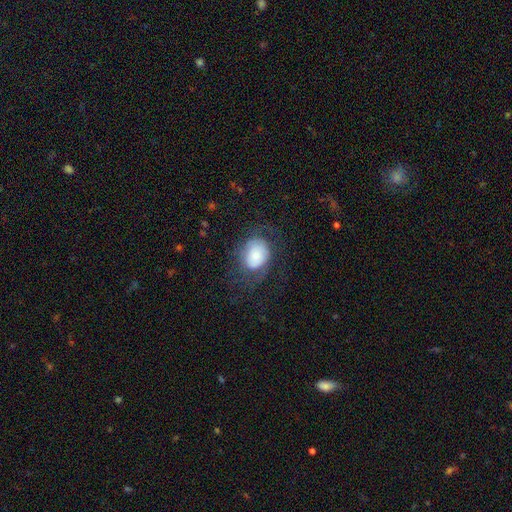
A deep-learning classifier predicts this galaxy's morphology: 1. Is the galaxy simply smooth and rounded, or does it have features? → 65% smooth, 27% featured or disk, 9% star or artifact.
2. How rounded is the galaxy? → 58% in between, 41% round, 1% cigar-shaped.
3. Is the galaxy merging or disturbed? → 53% none, 23% major disturbance, 22% minor disturbance, 2% merger.